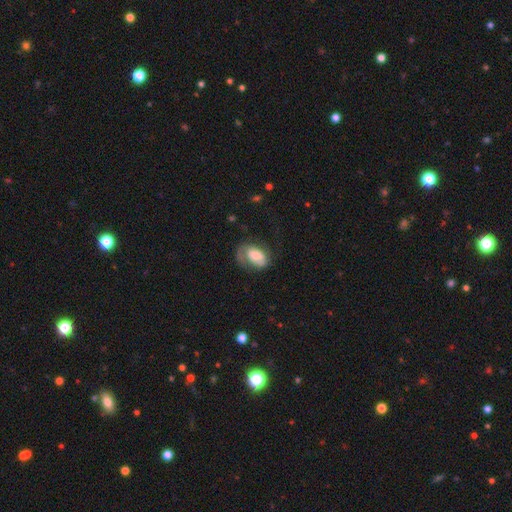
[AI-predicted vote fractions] This is possibly a smooth galaxy (51%). How rounded: clearly in between (87%). Merging: marginally none (42%).